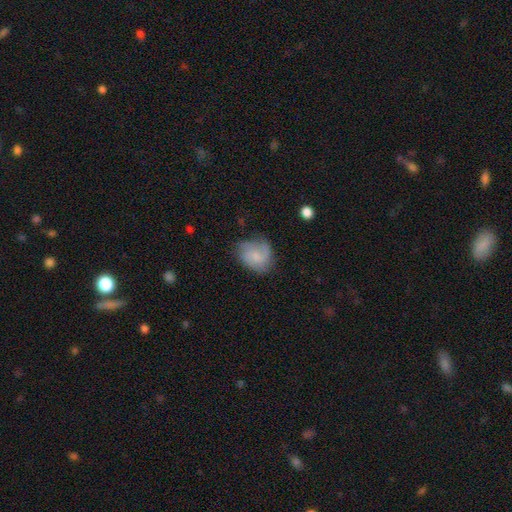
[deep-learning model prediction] smooth_or_featured: smooth (p=0.56) [alt: featured or disk p=0.36]
how_rounded: round (p=0.52) [alt: in between p=0.47]
merging: none (p=0.55) [alt: minor disturbance p=0.30]